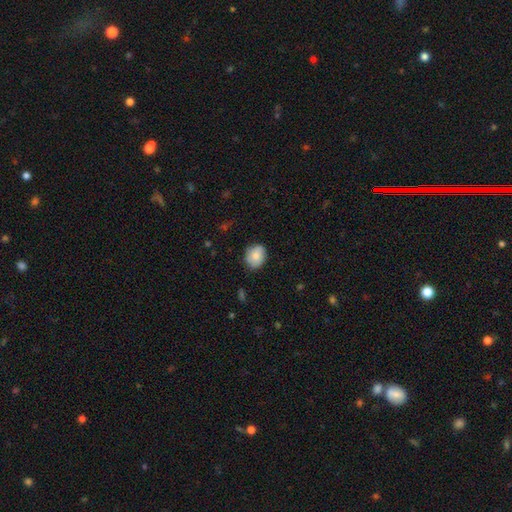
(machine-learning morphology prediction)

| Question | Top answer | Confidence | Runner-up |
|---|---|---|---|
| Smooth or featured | smooth | 78% | featured or disk (15%) |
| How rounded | round | 51% | in between (48%) |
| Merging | none | 76% | minor disturbance (19%) |